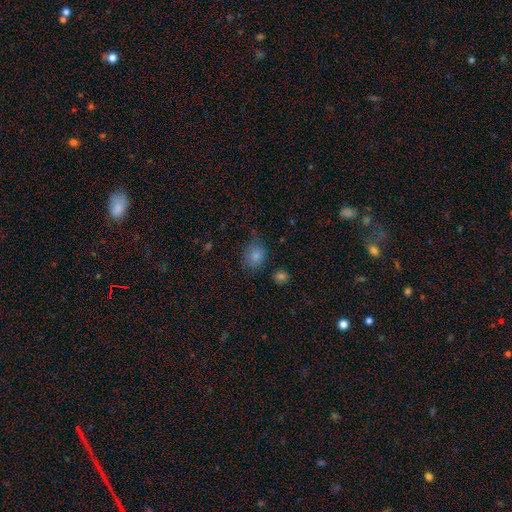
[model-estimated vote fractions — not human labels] Smooth or featured? Predicted: smooth (p=0.80). How rounded? Predicted: round (p=0.58). Merging? Predicted: none (p=0.60).